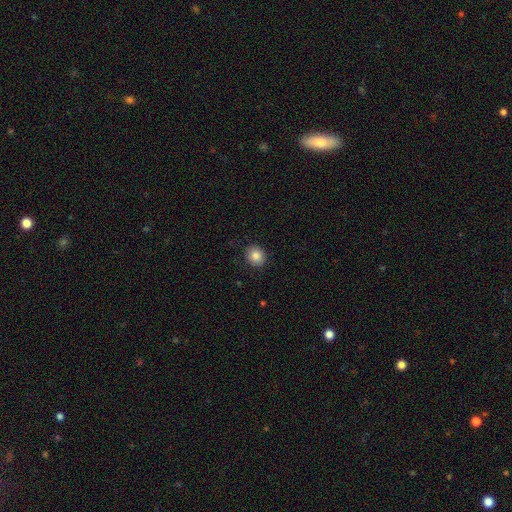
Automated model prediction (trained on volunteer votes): This is clearly a smooth galaxy (85%). How rounded: likely round (78%). Merging: clearly none (88%).